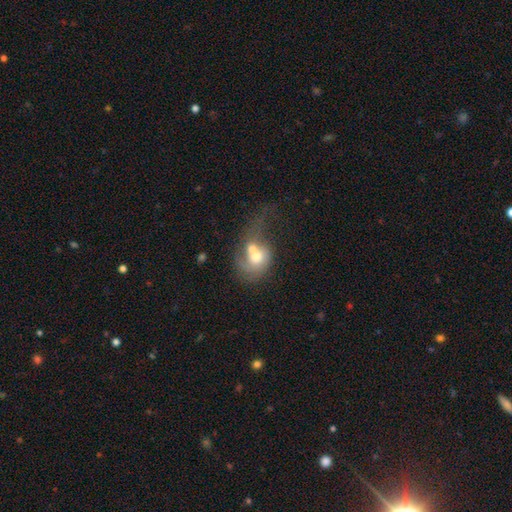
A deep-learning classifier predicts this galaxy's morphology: The model was most divided on "smooth or featured": featured or disk: 48%, smooth: 44%, star or artifact: 8%. More confident: merging — merger (62%).